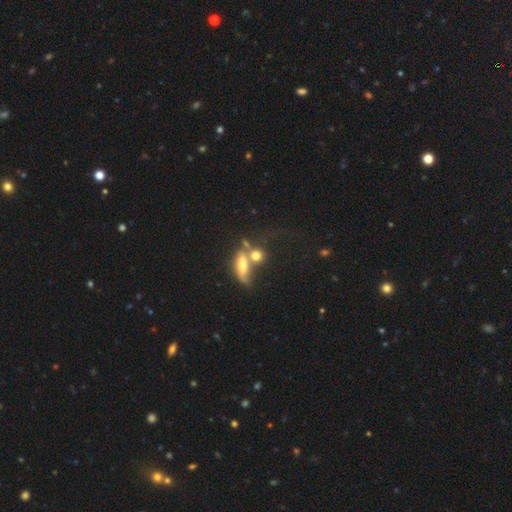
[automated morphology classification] type=smooth (69%); roundness=in between (44%); merging=merger (45%).